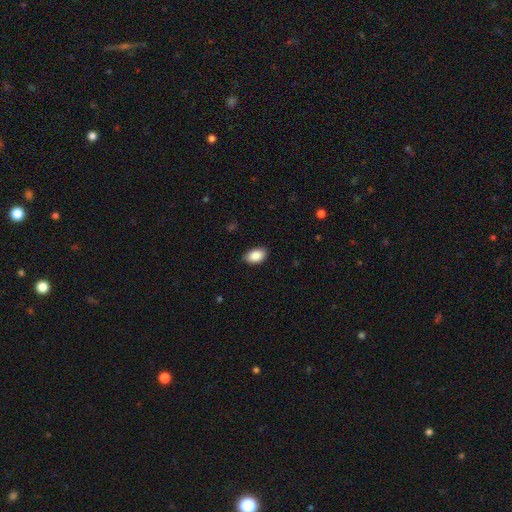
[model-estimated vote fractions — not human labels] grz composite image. It shows a smooth galaxy with no disk features (89%) that is in between round and cigar-shaped (90%). Merging: none (84%).